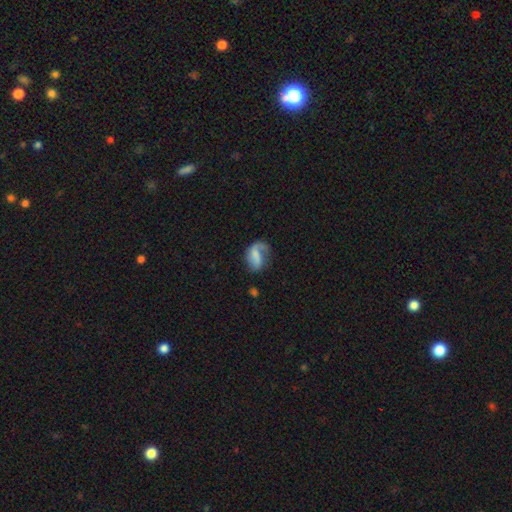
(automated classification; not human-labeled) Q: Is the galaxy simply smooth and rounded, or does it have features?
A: featured or disk — 57%.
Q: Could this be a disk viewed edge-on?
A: no — 97%.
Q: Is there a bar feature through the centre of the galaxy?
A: weak — 41%.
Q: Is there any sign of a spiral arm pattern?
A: yes — 84%.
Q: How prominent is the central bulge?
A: none — 42%.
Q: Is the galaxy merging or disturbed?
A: none — 40%.